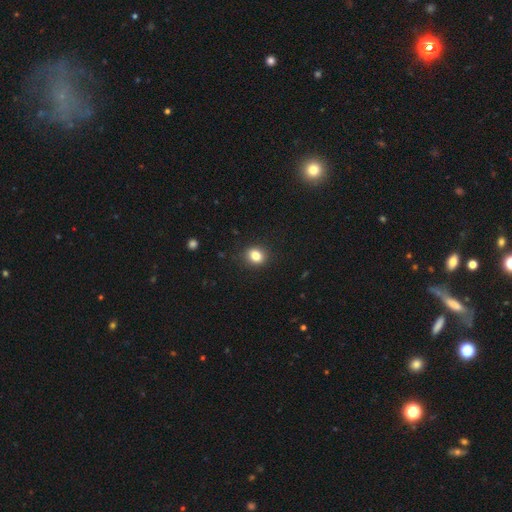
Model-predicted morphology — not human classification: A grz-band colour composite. It shows a smooth galaxy with no disk features (83%) that is round (67%). Merging: none (89%).